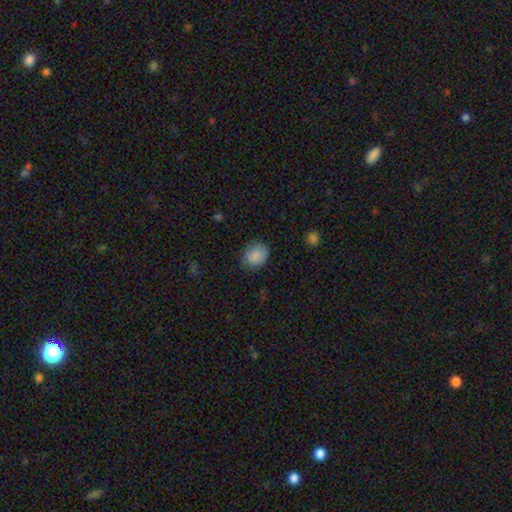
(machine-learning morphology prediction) type=smooth (87%); roundness=round (64%); merging=none (77%).